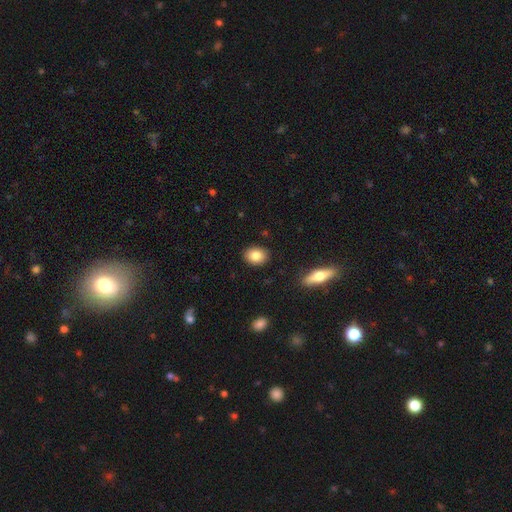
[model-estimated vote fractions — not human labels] Smooth or featured?
  - smooth: 83% *
  - featured or disk: 9%
  - star or artifact: 8%
How rounded?
  - in between: 65% *
  - round: 34%
  - cigar-shaped: 1%
Merging?
  - none: 89% *
  - minor disturbance: 8%
  - major disturbance: 2%
  - merger: 1%